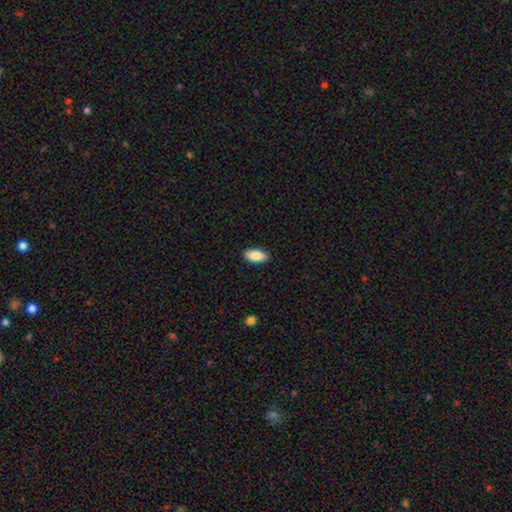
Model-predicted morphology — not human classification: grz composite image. It shows a smooth galaxy with no disk features (88%) that is in between round and cigar-shaped (93%). Merging: none (89%).